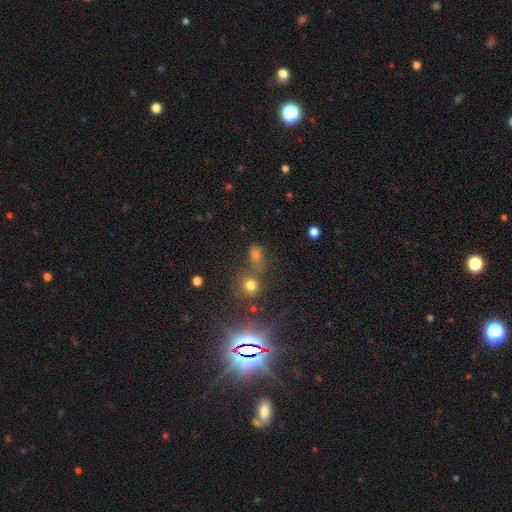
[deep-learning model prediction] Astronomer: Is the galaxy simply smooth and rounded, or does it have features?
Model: star or artifact — 50% (runner-up: smooth, 40%).